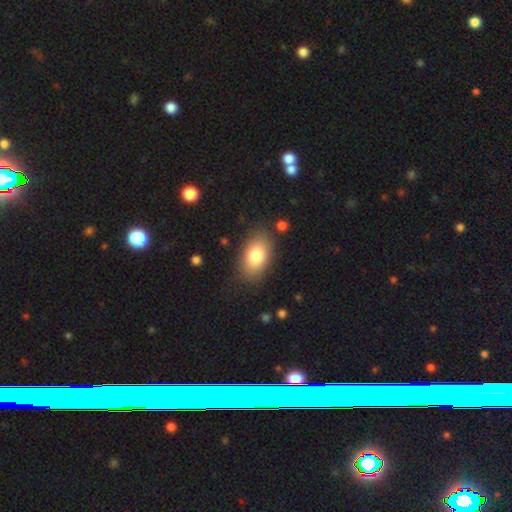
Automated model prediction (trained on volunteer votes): A smooth galaxy with no disk features (80%) that is in between round and cigar-shaped (90%).

Vote fractions:
- Smooth or featured? smooth: 80% / featured or disk: 12% / star or artifact: 8%
- How rounded? in between: 90% / round: 8% / cigar-shaped: 2%
- Merging? none: 83% / minor disturbance: 11% / major disturbance: 4% / merger: 2%